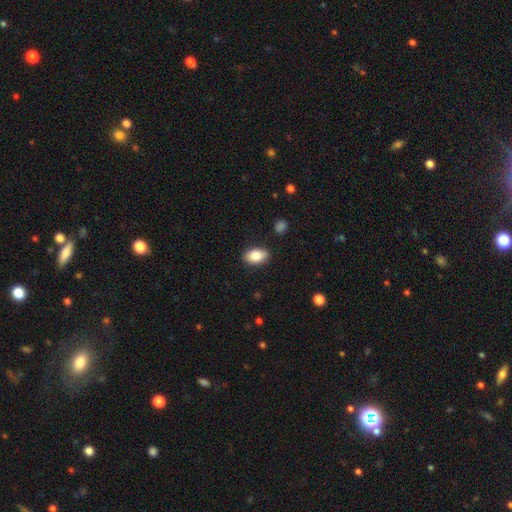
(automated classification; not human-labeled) smooth_or_featured: smooth (p=0.84) [alt: featured or disk p=0.09]
how_rounded: in between (p=0.90) [alt: round p=0.08]
merging: none (p=0.86) [alt: minor disturbance p=0.10]